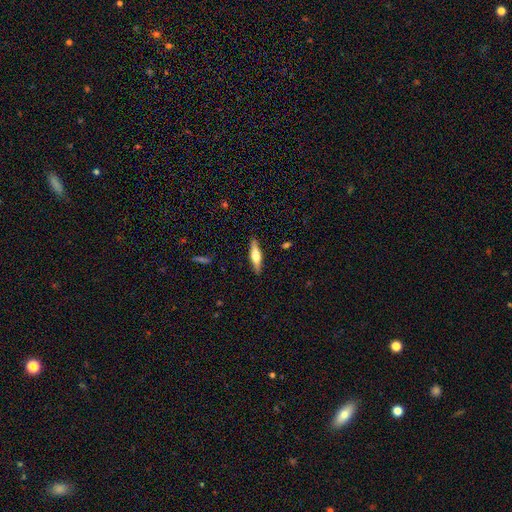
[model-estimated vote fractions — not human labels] This appears to be a featured or disk galaxy (53%) viewed edge-on (95%) with a rounded central bulge (89%). Merging: none (89%).